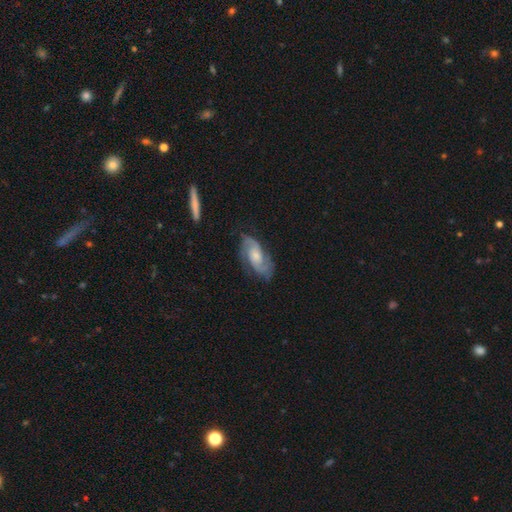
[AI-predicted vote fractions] Smooth or featured: featured or disk — 82% (smooth — 12%)
Edge-on disk: no — 96% (yes — 4%)
Bar: no — 60% (weak — 34%)
Spiral arms: yes — 96% (no — 4%)
Spiral winding: medium — 50% (tight — 34%)
Spiral arm count: 2 — 88% (can't tell — 5%)
Bulge size: moderate — 45% (small — 31%)
Merging: none — 74% (minor disturbance — 18%)